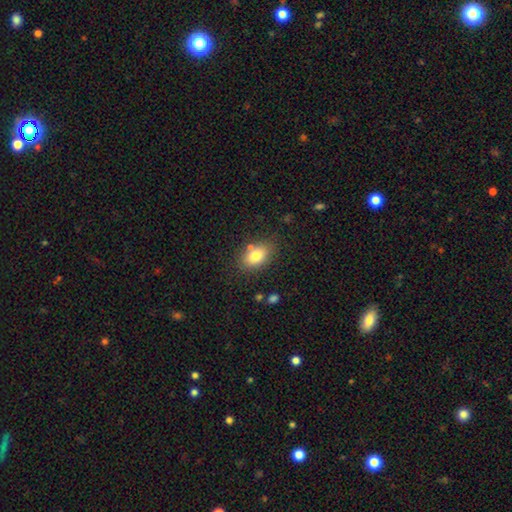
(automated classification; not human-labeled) Smooth or featured? Predicted: smooth (p=0.80). How rounded? Predicted: in between (p=0.84). Merging? Predicted: none (p=0.76).